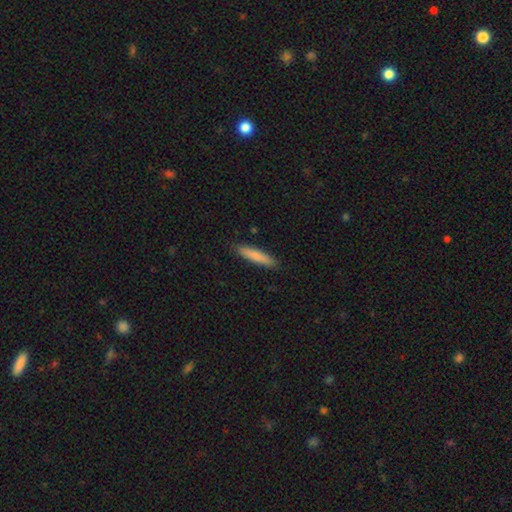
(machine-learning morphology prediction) smooth_or_featured: smooth (p=0.82) [alt: featured or disk p=0.12]
how_rounded: cigar-shaped (p=0.89) [alt: in between p=0.10]
merging: none (p=0.90) [alt: minor disturbance p=0.08]